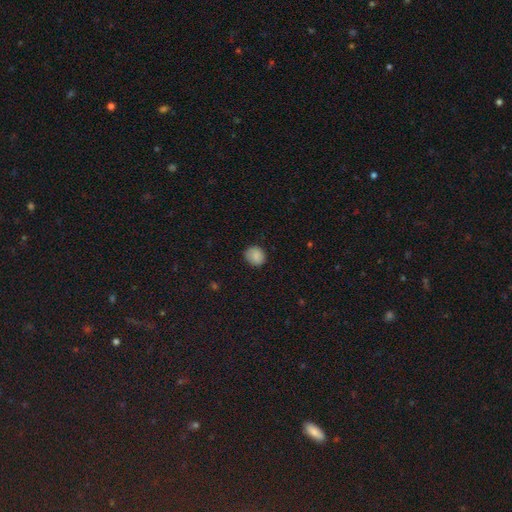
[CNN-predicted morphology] A smooth galaxy with no disk features (86%) that is round (79%). Merging: none (85%).